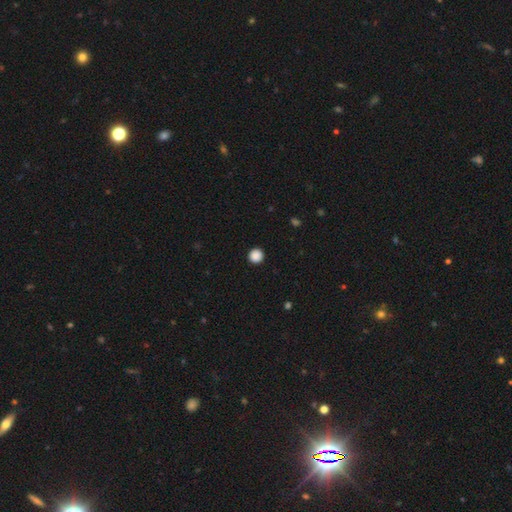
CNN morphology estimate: Overall: smooth (88%). How rounded: round (95%). Merging: none (93%).